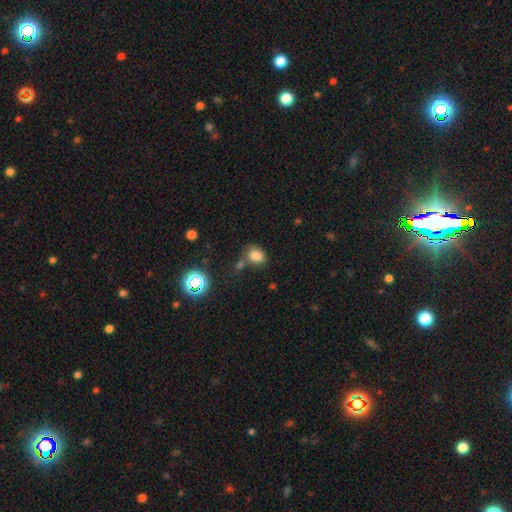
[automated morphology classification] Overall: smooth (78%). How rounded: in between (64%; round 35%). Merging: none (55%; merger 22%).